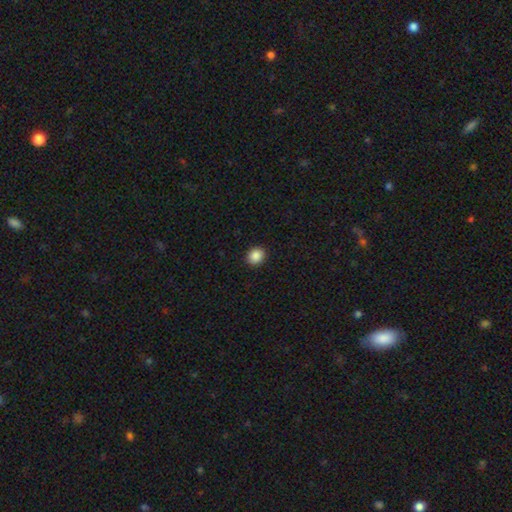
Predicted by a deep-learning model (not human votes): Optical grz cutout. It shows a smooth galaxy with no disk features (88%) that is round (79%). Merging: none (92%).